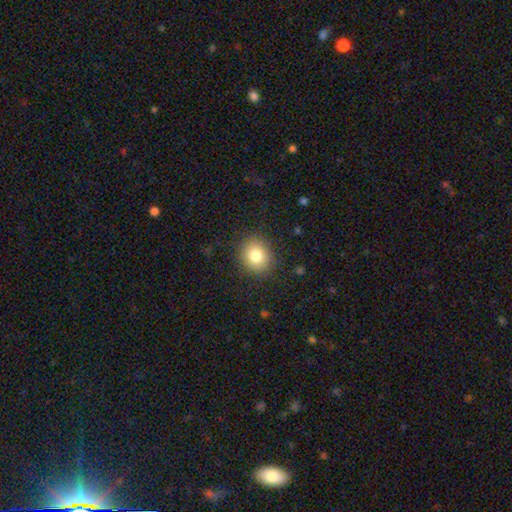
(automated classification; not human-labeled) A smooth galaxy with no disk features (81%) that is round (77%). Merging: none (87%).